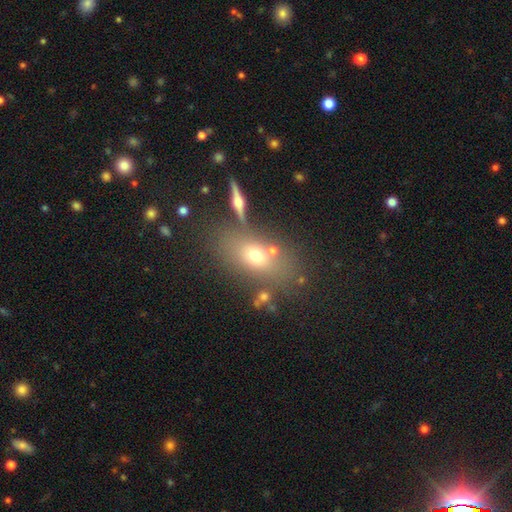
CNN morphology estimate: Smooth or featured?
  - smooth: 63% *
  - featured or disk: 22%
  - star or artifact: 15%
How rounded?
  - in between: 76% *
  - round: 18%
  - cigar-shaped: 6%
Merging?
  - none: 69% *
  - merger: 13%
  - minor disturbance: 12%
  - major disturbance: 5%